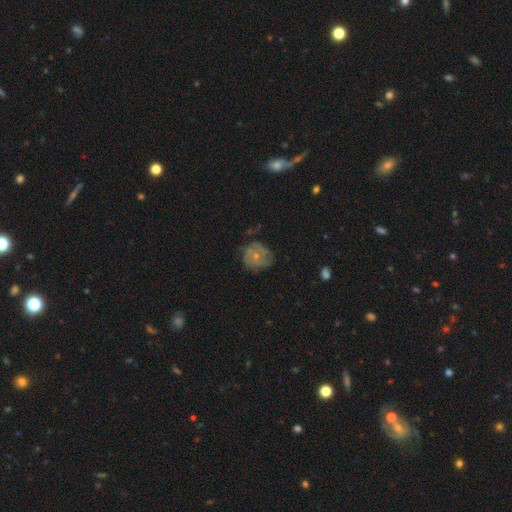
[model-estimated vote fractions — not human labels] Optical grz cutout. It shows a featured or disk galaxy (50%). Merging: none (61%).